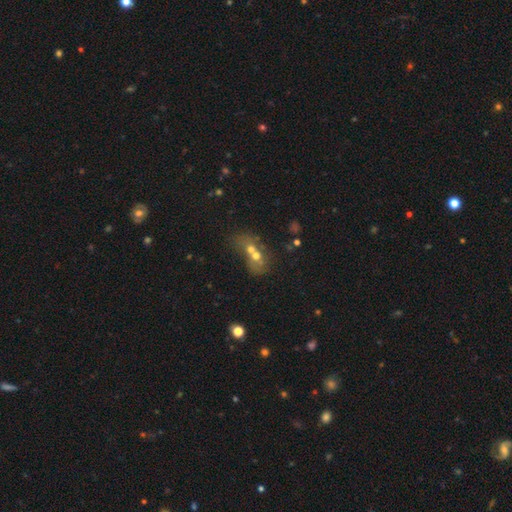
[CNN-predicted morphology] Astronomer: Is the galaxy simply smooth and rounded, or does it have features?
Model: smooth — 51% (runner-up: featured or disk, 34%).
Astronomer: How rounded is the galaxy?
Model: round — 51% (runner-up: in between, 46%).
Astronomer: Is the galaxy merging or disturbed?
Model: merger — 72%.